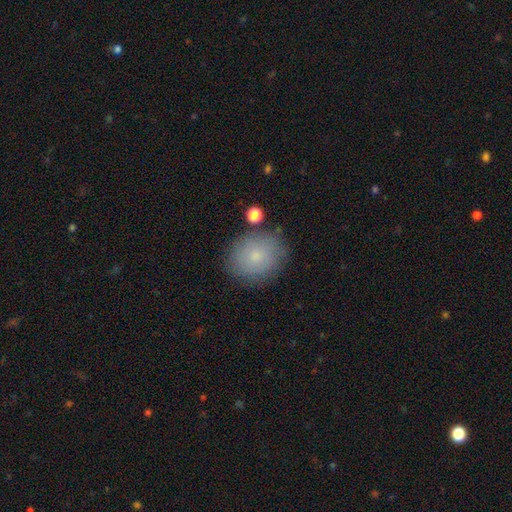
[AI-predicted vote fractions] smooth-or-featured: smooth: 76% | featured or disk: 13% | star or artifact: 11%
  how-rounded: round: 71% | in between: 28% | cigar-shaped: 1%
  merging: none: 82% | minor disturbance: 12% | major disturbance: 3% | merger: 3%